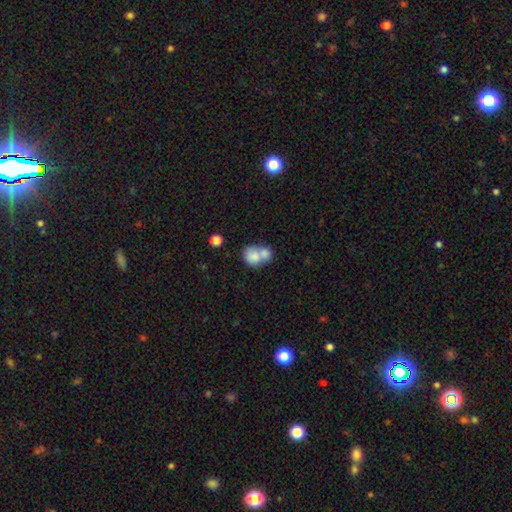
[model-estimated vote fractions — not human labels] A smooth galaxy with no disk features (78%) that is round (52%). Merging: merger (68%).